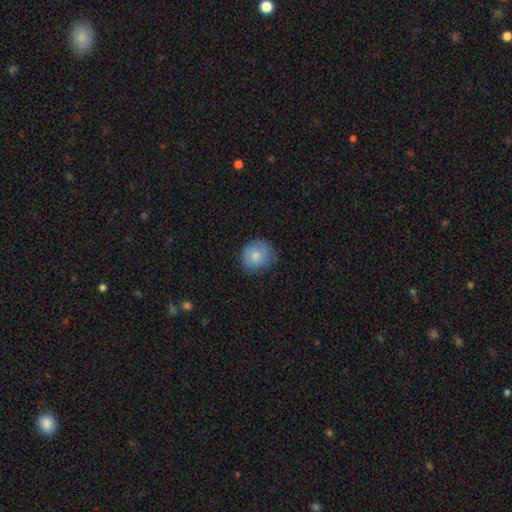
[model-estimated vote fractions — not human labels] This is clearly a smooth galaxy (81%). How rounded: clearly round (86%). Merging: likely none (73%).